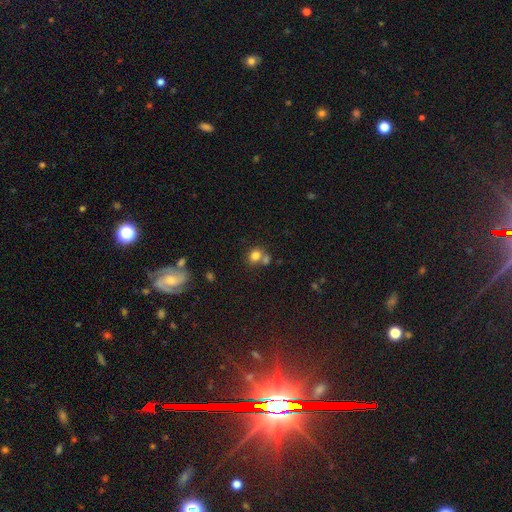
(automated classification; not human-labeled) This is likely a smooth galaxy (79%). How rounded: likely round (67%). Merging: possibly none (47%).